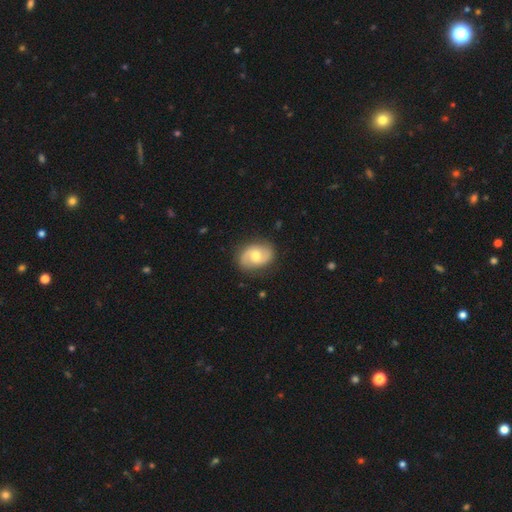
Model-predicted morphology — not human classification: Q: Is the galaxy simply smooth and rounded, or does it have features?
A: featured or disk — 74%.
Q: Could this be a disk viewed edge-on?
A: no — 97%.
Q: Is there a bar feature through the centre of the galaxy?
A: no — 50%.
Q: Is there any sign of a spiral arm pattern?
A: yes — 92%.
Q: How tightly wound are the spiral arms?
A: medium — 48%.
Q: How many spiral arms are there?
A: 2 — 91%.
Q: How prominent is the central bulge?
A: moderate — 71%.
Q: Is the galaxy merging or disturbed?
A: none — 83%.